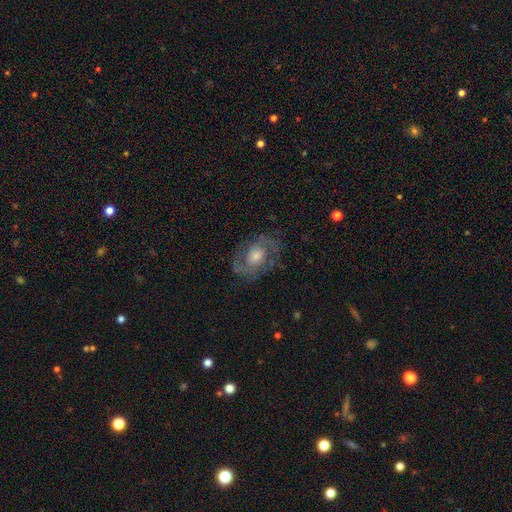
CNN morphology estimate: This is likely a featured or disk galaxy (76%). It is clearly not viewed edge-on (96%). Bar: likely no (68%). Spiral arm pattern: clearly yes (88%). Spiral arm count: likely 2 (76%). Spiral winding: possibly medium (50%). Central bulge: possibly moderate (53%). Merging: likely none (75%).